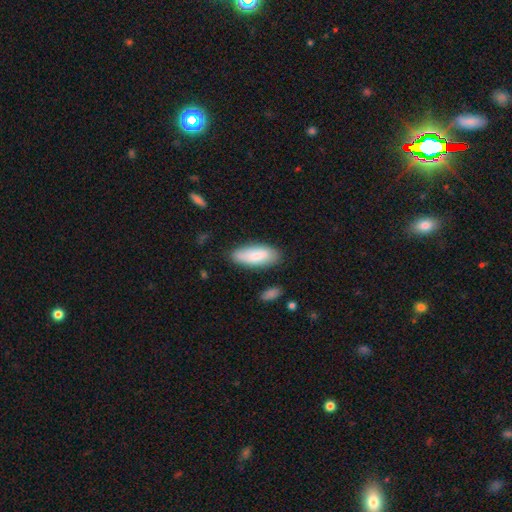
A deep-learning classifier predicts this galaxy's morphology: Smooth or featured?
  - smooth: 78% *
  - featured or disk: 16%
  - star or artifact: 6%
How rounded?
  - in between: 80% *
  - cigar-shaped: 19%
  - round: 2%
Merging?
  - none: 78% *
  - minor disturbance: 16%
  - major disturbance: 3%
  - merger: 2%